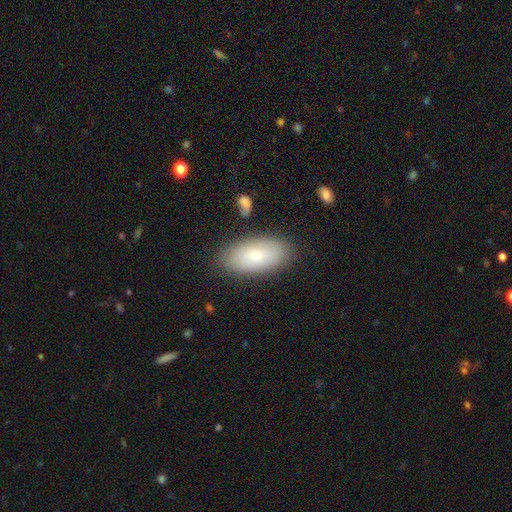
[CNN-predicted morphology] Overall: smooth (78%). How rounded: in between (93%). Merging: none (83%).